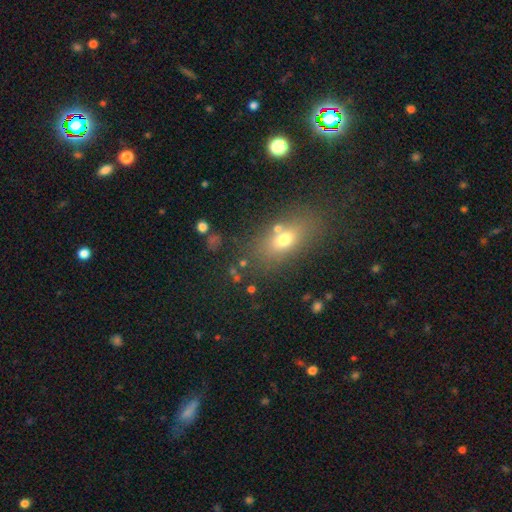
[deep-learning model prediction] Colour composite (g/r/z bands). It shows a smooth galaxy with no disk features (55%) that is in between round and cigar-shaped (69%). Merging: none (78%).